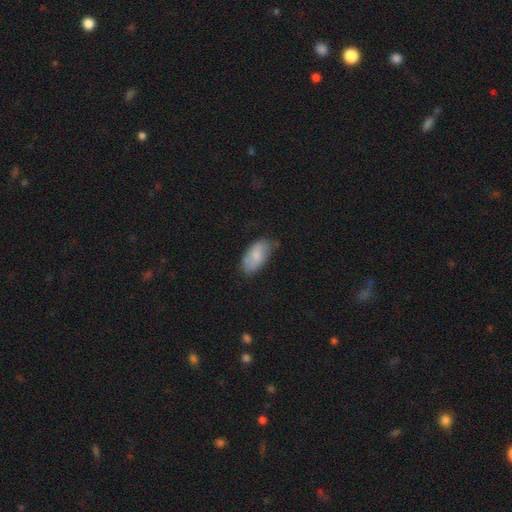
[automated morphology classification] smooth-or-featured: smooth: 76% | featured or disk: 17% | star or artifact: 6%
  how-rounded: in between: 94% | cigar-shaped: 3% | round: 3%
  merging: none: 64% | minor disturbance: 28% | major disturbance: 5% | merger: 2%